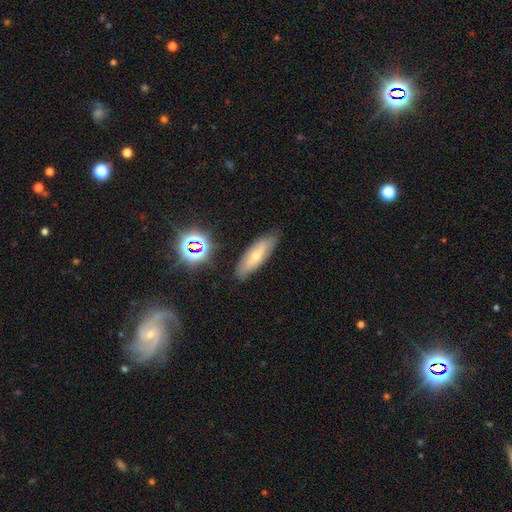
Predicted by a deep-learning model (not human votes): The model was most divided on "smooth or featured": smooth: 44%, featured or disk: 42%, star or artifact: 14%. More confident: merging — none (84%).